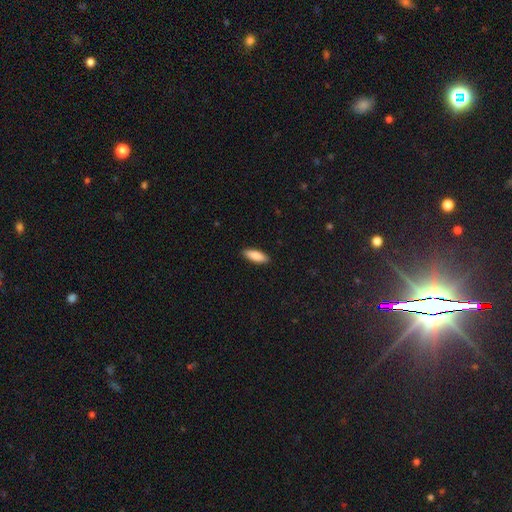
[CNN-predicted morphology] smooth 87%, featured or disk 8%, star or artifact 6%. Down the decision tree: how rounded — in between (65%); merging — none (90%).